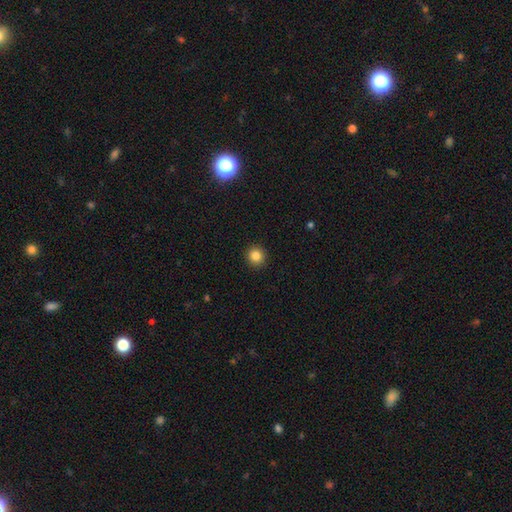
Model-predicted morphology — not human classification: type=smooth (85%); roundness=round (93%); merging=none (93%).